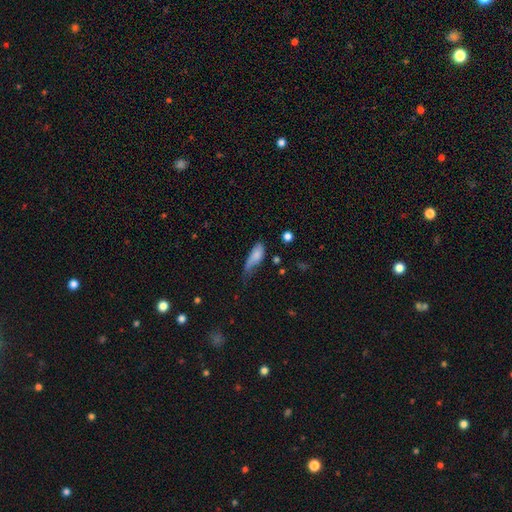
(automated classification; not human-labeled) The model was most divided on "merging": minor disturbance: 42%, major disturbance: 31%, none: 23%, merger: 4%. More confident: smooth or featured — smooth (75%); how rounded — in between (75%).